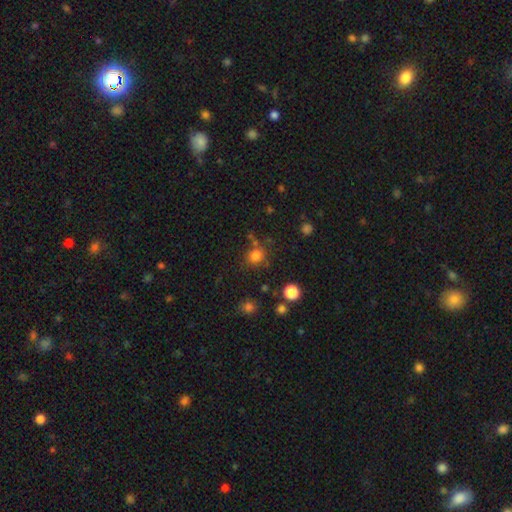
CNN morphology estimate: Smooth or featured: smooth — 78% (star or artifact — 16%)
How rounded: round — 79% (in between — 20%)
Merging: none — 70% (minor disturbance — 14%)